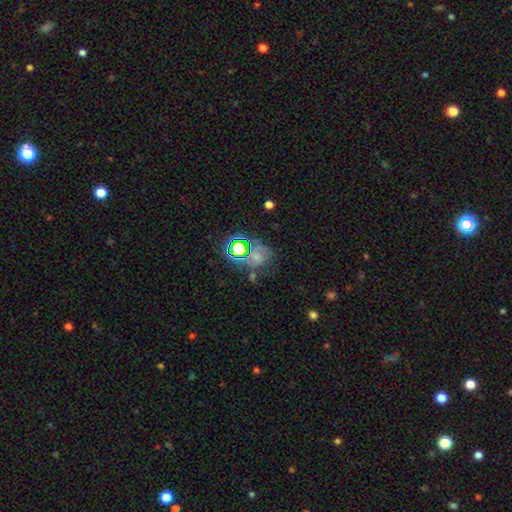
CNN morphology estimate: Smooth or featured? Predicted: smooth (p=0.44). Merging? Predicted: none (p=0.57).